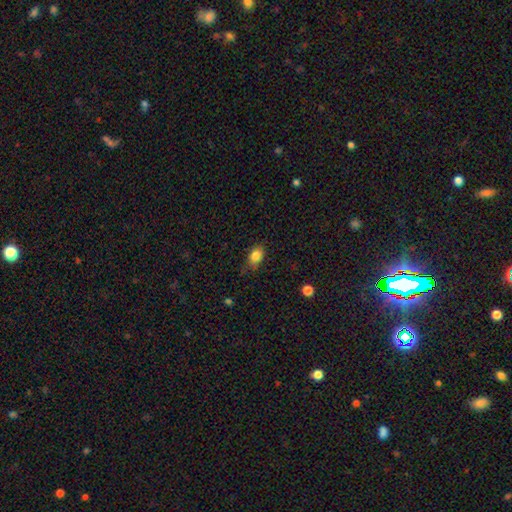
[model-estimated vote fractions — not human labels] A smooth galaxy with no disk features (84%) that is in between round and cigar-shaped (73%).

Vote fractions:
- Smooth or featured? smooth: 84% / star or artifact: 9% / featured or disk: 7%
- How rounded? in between: 73% / round: 25% / cigar-shaped: 2%
- Merging? none: 71% / minor disturbance: 23% / major disturbance: 5% / merger: 1%